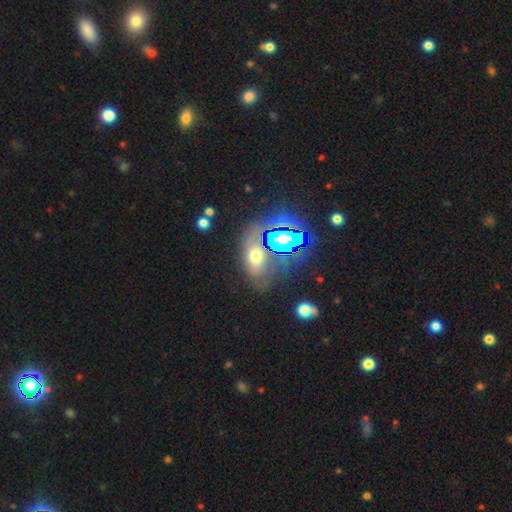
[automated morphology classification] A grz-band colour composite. It shows a smooth galaxy with no disk features (50%). Merging: none (60%).